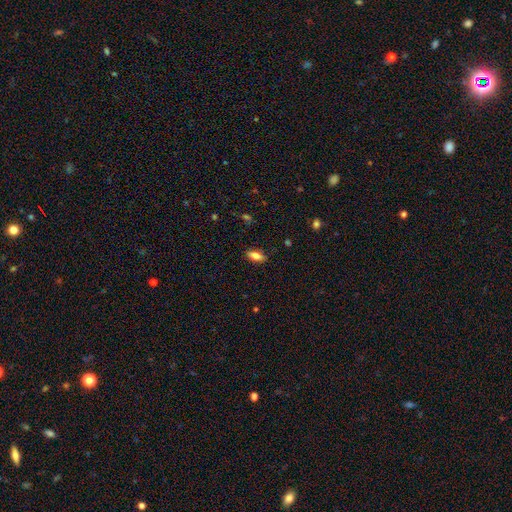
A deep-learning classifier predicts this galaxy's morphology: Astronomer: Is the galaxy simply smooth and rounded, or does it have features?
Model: smooth — 75%.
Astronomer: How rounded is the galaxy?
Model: in between — 78%.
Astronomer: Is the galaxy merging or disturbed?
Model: none — 85%.